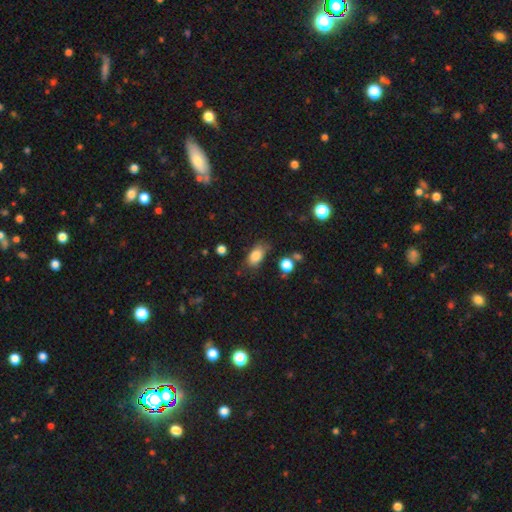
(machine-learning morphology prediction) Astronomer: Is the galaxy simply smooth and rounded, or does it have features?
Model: smooth — 84%.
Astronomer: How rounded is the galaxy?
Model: in between — 88%.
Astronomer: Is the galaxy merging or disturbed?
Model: none — 72%.